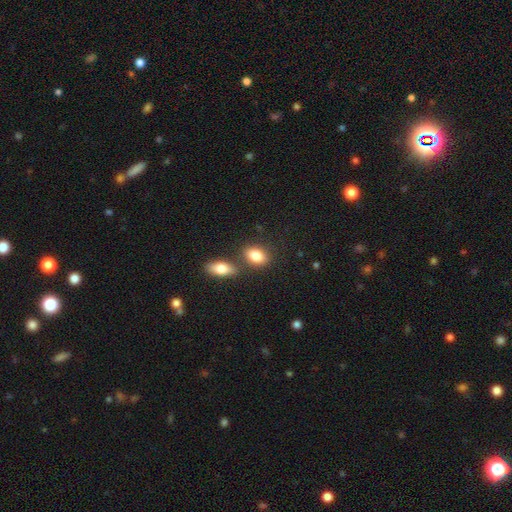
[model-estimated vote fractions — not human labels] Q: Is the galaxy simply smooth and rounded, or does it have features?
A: smooth — 84%.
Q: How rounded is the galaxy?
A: in between — 85%.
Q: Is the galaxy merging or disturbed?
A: none — 65%.